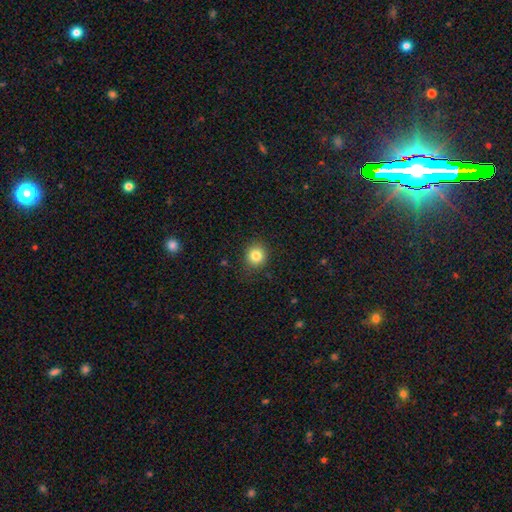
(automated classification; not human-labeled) Q: Smooth or featured?
A: smooth (83%); runner-up: star or artifact (11%)
Q: How rounded?
A: round (87%); runner-up: in between (12%)
Q: Merging?
A: none (87%); runner-up: minor disturbance (9%)